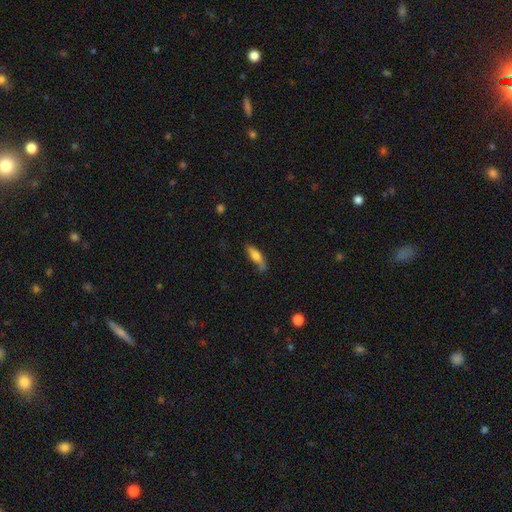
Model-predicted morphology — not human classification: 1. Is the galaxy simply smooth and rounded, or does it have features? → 64% smooth, 30% featured or disk, 6% star or artifact.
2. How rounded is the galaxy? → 59% cigar-shaped, 39% in between, 2% round.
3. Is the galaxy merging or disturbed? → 64% none, 26% minor disturbance, 6% major disturbance, 4% merger.